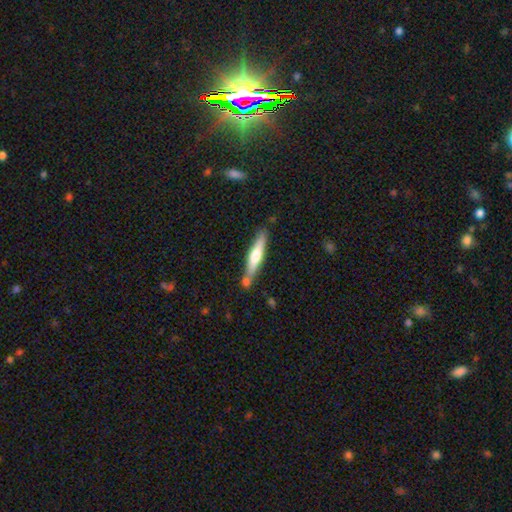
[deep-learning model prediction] Smooth or featured? Predicted: featured or disk (p=0.51). Edge-on disk? Predicted: yes (p=0.94). Merging? Predicted: none (p=0.73).